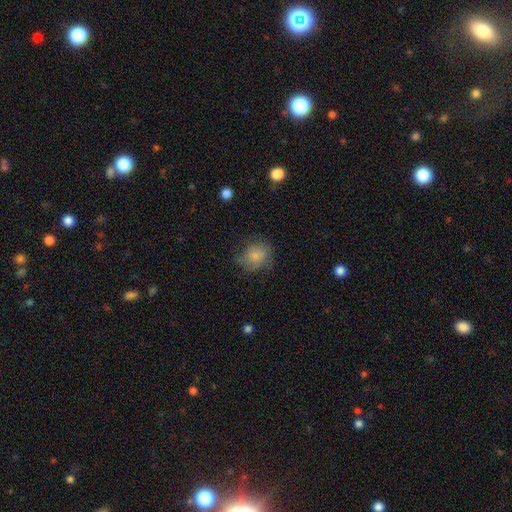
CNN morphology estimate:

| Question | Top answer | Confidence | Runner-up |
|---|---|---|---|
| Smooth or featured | smooth | 76% | featured or disk (15%) |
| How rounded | round | 61% | in between (38%) |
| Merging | none | 54% | minor disturbance (29%) |